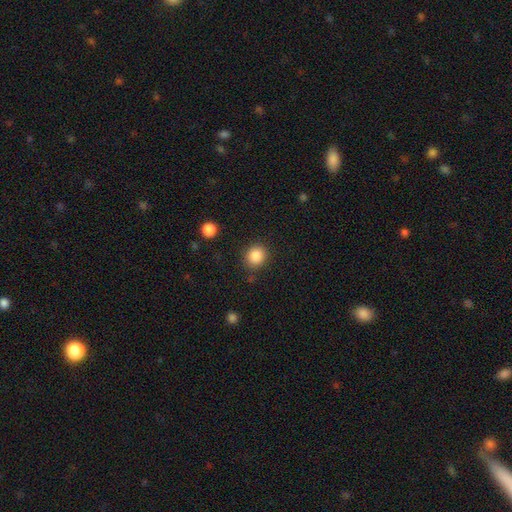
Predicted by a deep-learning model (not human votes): smooth_or_featured: smooth (p=0.86) [alt: star or artifact p=0.09]
how_rounded: round (p=0.81) [alt: in between p=0.18]
merging: none (p=0.86) [alt: minor disturbance p=0.09]